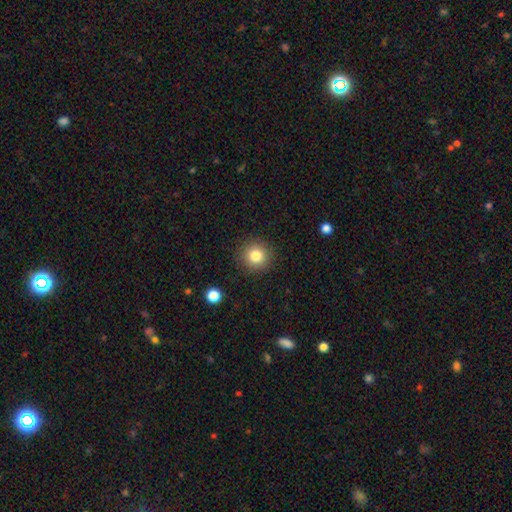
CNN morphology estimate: A smooth galaxy with no disk features (82%) that is round (93%). Merging: none (89%).